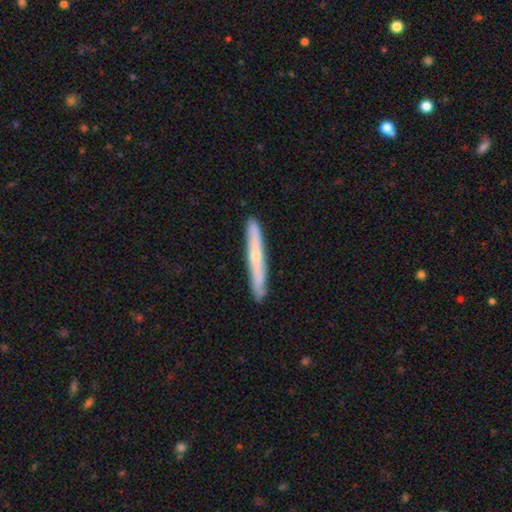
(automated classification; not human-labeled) smooth_or_featured: featured or disk (p=0.50) [alt: smooth p=0.44]
disk_edge_on: yes (p=0.90) [alt: no p=0.10]
merging: none (p=0.88) [alt: minor disturbance p=0.09]